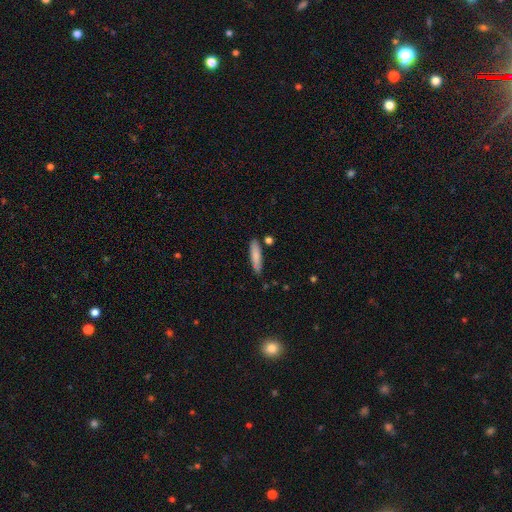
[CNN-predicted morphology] A smooth galaxy with no disk features (81%) that is cigar-shaped (77%).

Vote fractions:
- Smooth or featured? smooth: 81% / featured or disk: 13% / star or artifact: 6%
- How rounded? cigar-shaped: 77% / in between: 21% / round: 1%
- Merging? none: 82% / minor disturbance: 12% / merger: 4% / major disturbance: 2%